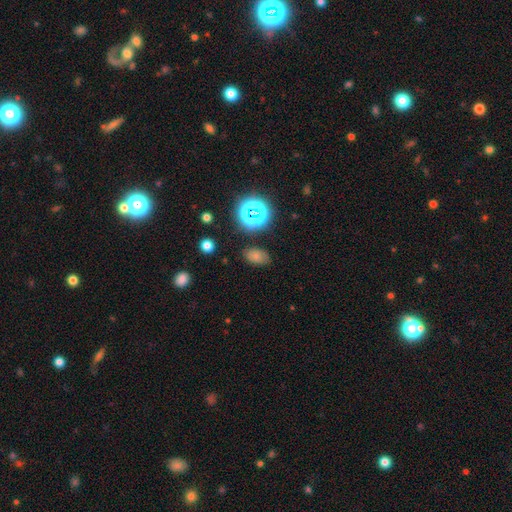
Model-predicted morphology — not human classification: smooth-or-featured: smooth: 69% | star or artifact: 22% | featured or disk: 9%
  how-rounded: in between: 84% | round: 14% | cigar-shaped: 2%
  merging: none: 81% | minor disturbance: 13% | major disturbance: 4% | merger: 2%